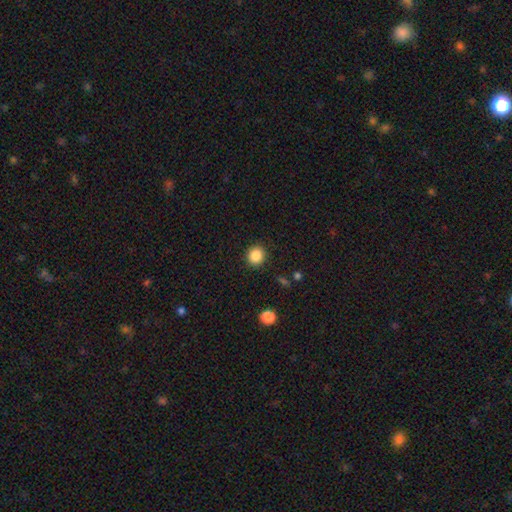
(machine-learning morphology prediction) Smooth or featured? smooth (86%)
How rounded? round (88%)
Merging? none (91%)